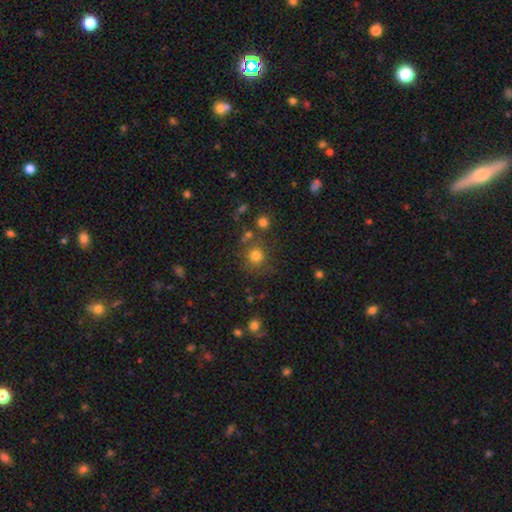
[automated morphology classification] Q: Smooth or featured?
A: smooth (78%); runner-up: star or artifact (15%)
Q: How rounded?
A: round (91%); runner-up: in between (8%)
Q: Merging?
A: none (75%); runner-up: minor disturbance (11%)